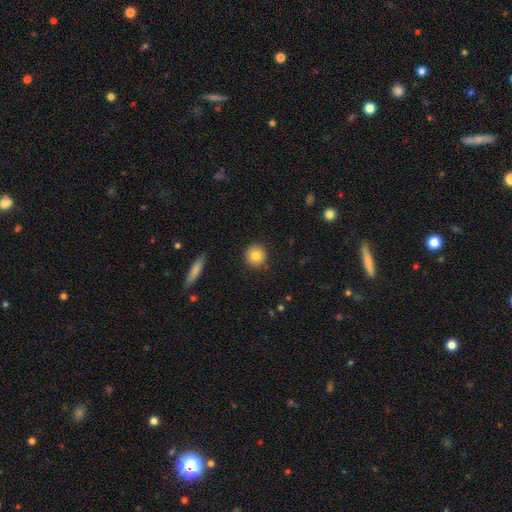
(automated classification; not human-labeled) A smooth galaxy with no disk features (84%) that is round (92%).

Vote fractions:
- Smooth or featured? smooth: 84% / star or artifact: 8% / featured or disk: 8%
- How rounded? round: 92% / in between: 7% / cigar-shaped: 1%
- Merging? none: 90% / minor disturbance: 7% / major disturbance: 2% / merger: 1%